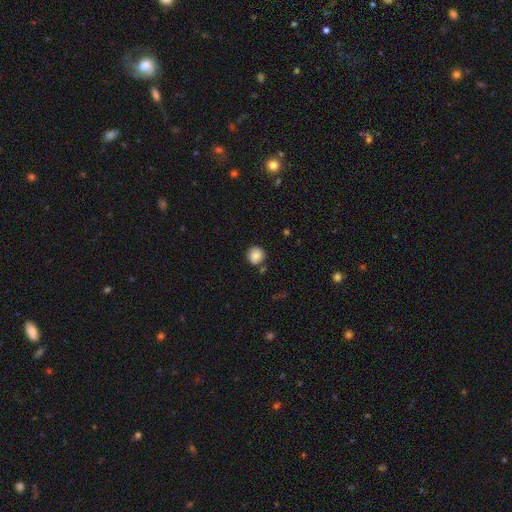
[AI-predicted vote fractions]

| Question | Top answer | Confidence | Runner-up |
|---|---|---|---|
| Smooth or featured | smooth | 85% | star or artifact (9%) |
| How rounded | round | 93% | in between (6%) |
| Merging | none | 83% | minor disturbance (10%) |